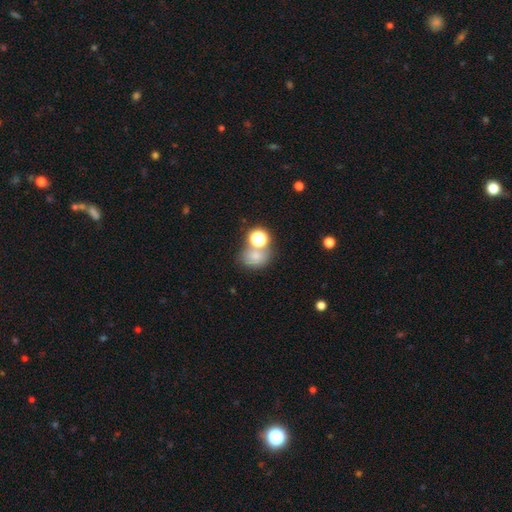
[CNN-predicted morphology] Overall: smooth (70%). How rounded: round (56%; in between 42%). Merging: none (49%; merger 31%).